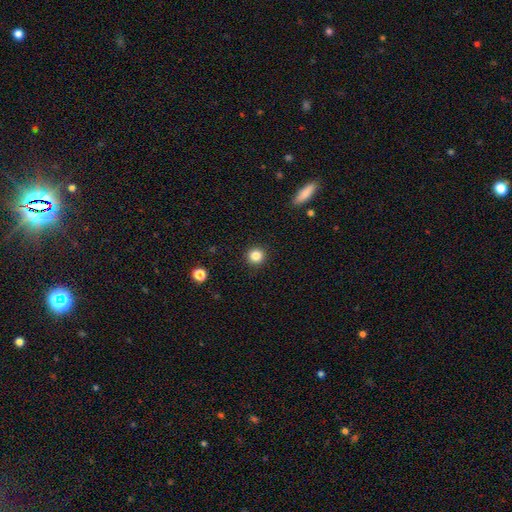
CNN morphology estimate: This is clearly a smooth galaxy (84%). How rounded: clearly round (94%). Merging: clearly none (92%).